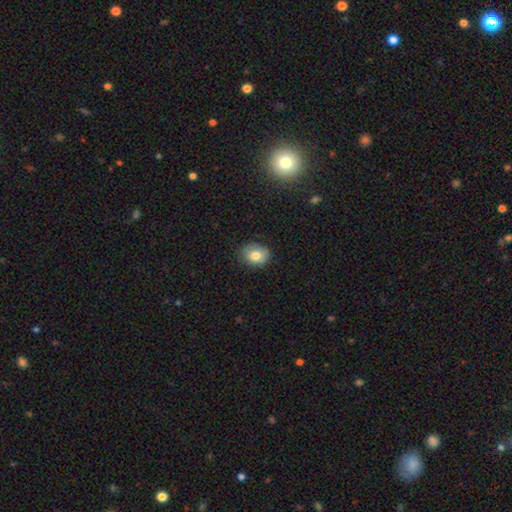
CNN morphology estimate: smooth-or-featured: smooth: 79% | featured or disk: 11% | star or artifact: 9%
  how-rounded: round: 51% | in between: 49% | cigar-shaped: 1%
  merging: none: 76% | minor disturbance: 20% | major disturbance: 4% | merger: 1%